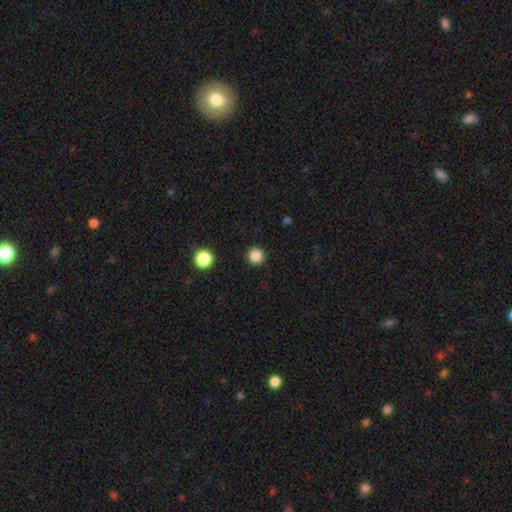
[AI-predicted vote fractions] This is clearly a smooth galaxy (85%). How rounded: clearly round (96%). Merging: clearly none (92%).